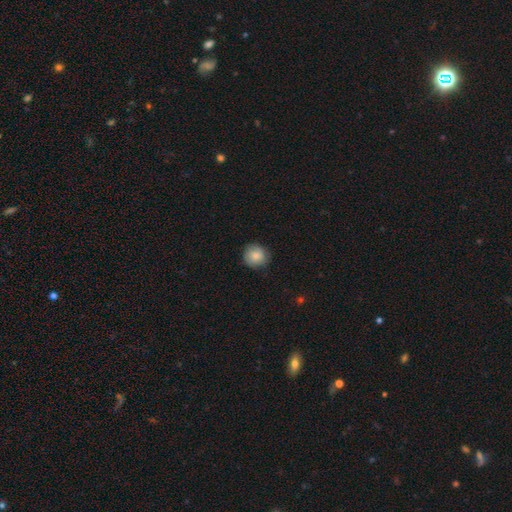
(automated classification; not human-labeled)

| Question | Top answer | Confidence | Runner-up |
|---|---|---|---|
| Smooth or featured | smooth | 81% | featured or disk (11%) |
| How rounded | round | 90% | in between (9%) |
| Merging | none | 82% | minor disturbance (14%) |